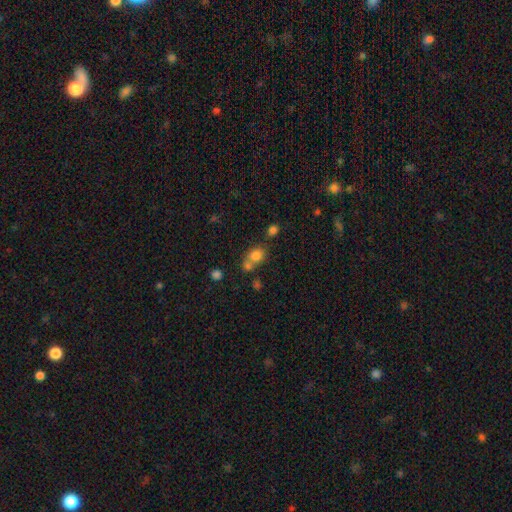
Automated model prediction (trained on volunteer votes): This is likely a smooth galaxy (78%). How rounded: likely round (63%). Merging: marginally none (45%).